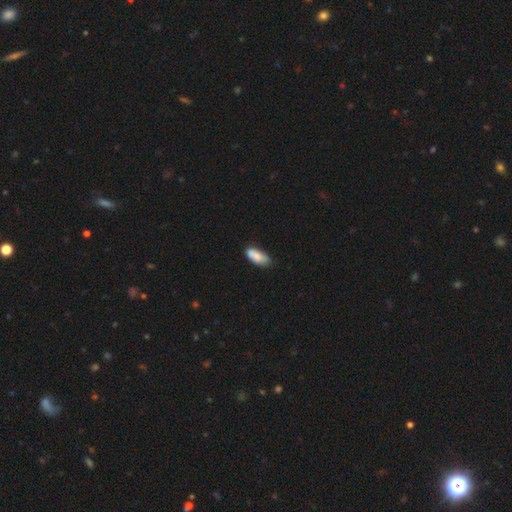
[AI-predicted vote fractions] smooth 79%, featured or disk 14%, star or artifact 7%. Down the decision tree: how rounded — in between (82%); merging — none (60%).